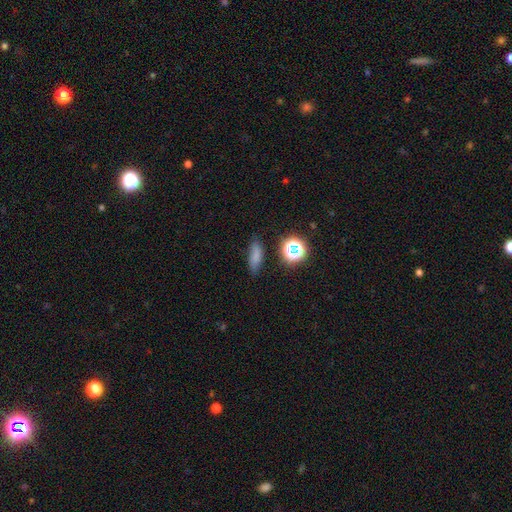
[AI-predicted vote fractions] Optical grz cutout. It shows a smooth galaxy with no disk features (75%) that is in between round and cigar-shaped (55%). Merging: none (76%).